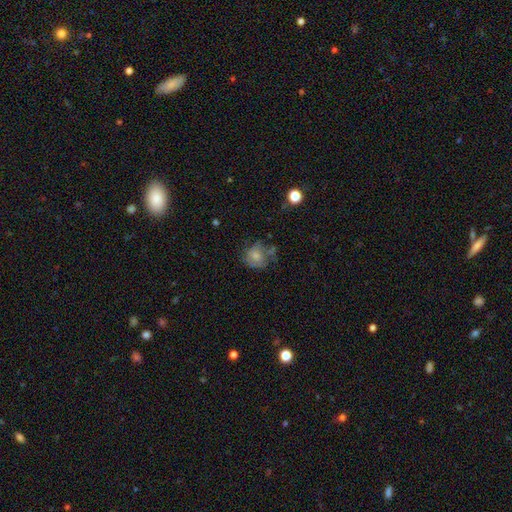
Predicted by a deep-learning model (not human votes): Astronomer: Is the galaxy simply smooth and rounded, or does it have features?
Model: smooth — 65%.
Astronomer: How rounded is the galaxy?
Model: round — 71%.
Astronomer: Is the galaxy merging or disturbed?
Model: none — 47% (runner-up: minor disturbance, 28%).